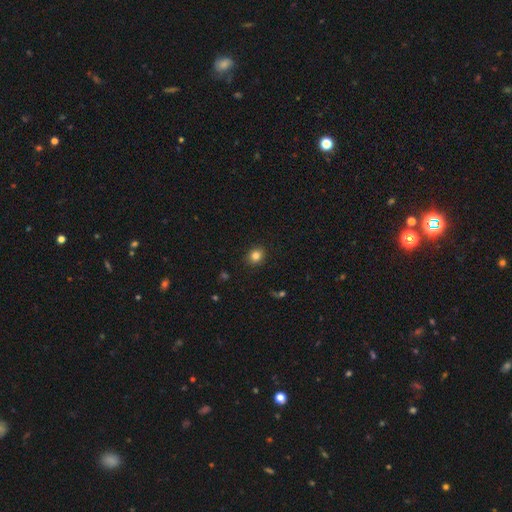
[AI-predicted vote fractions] A smooth galaxy with no disk features (83%) that is round (77%).

Vote fractions:
- Smooth or featured? smooth: 83% / star or artifact: 12% / featured or disk: 5%
- How rounded? round: 77% / in between: 22% / cigar-shaped: 1%
- Merging? none: 90% / minor disturbance: 7% / major disturbance: 2% / merger: 1%